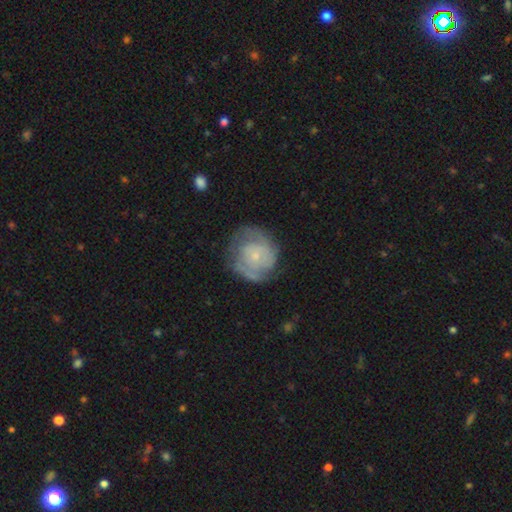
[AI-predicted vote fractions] A featured or disk galaxy (69%) with no bar (78%), 2 (36%) tight (57%) spiral arms (84%) and a small central bulge (77%). Merging: none (65%).